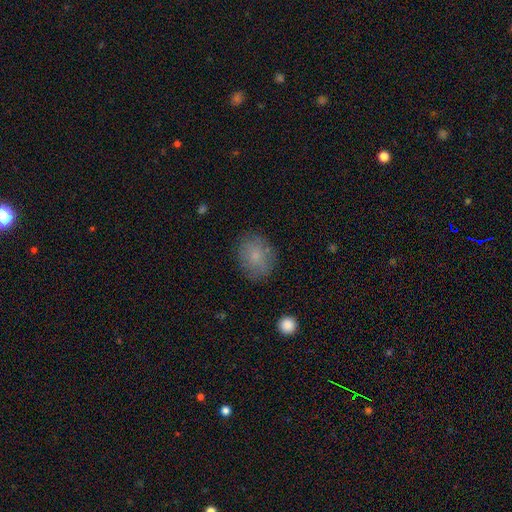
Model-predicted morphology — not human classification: Smooth or featured: smooth — 77% (featured or disk — 14%)
How rounded: in between — 59% (round — 40%)
Merging: none — 79% (minor disturbance — 15%)